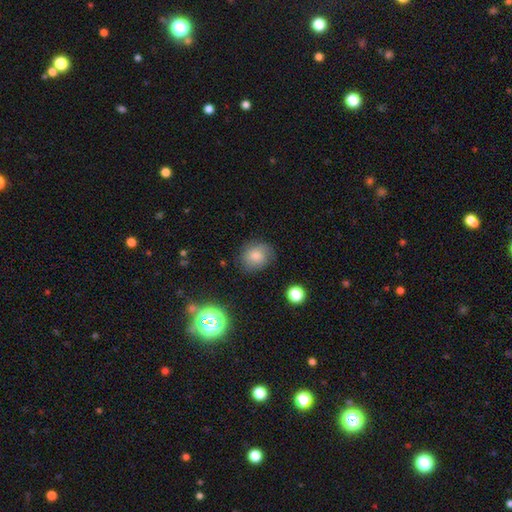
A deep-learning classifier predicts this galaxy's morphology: smooth 78%, featured or disk 12%, star or artifact 11%. Down the decision tree: how rounded — round (67%); merging — none (75%).